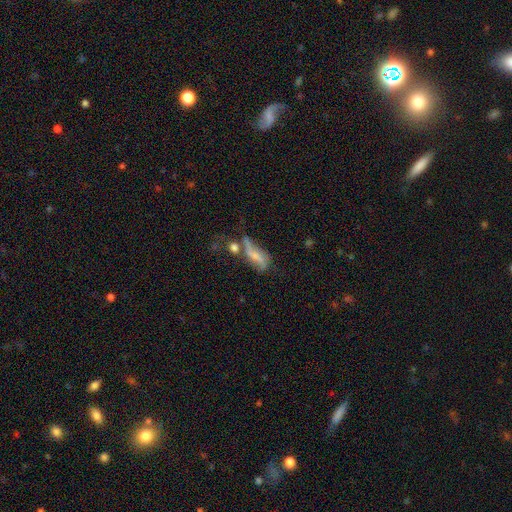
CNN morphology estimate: Q: Smooth or featured?
A: featured or disk (46%); runner-up: smooth (42%)
Q: Merging?
A: merger (31%); runner-up: major disturbance (26%)